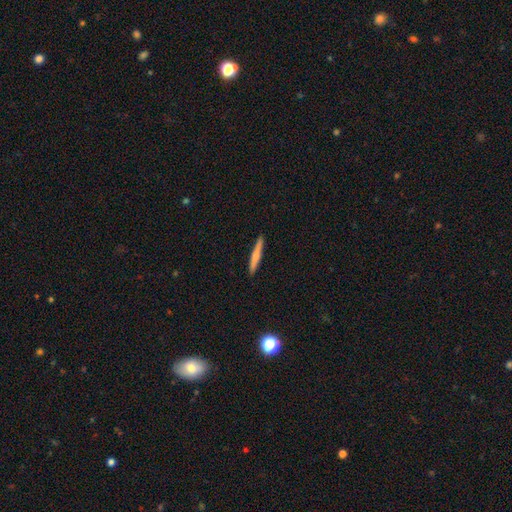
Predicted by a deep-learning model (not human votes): Smooth or featured?
  - smooth: 54% *
  - featured or disk: 40%
  - star or artifact: 5%
How rounded?
  - cigar-shaped: 95% *
  - in between: 4%
  - round: 2%
Merging?
  - none: 91% *
  - minor disturbance: 6%
  - major disturbance: 1%
  - merger: 1%